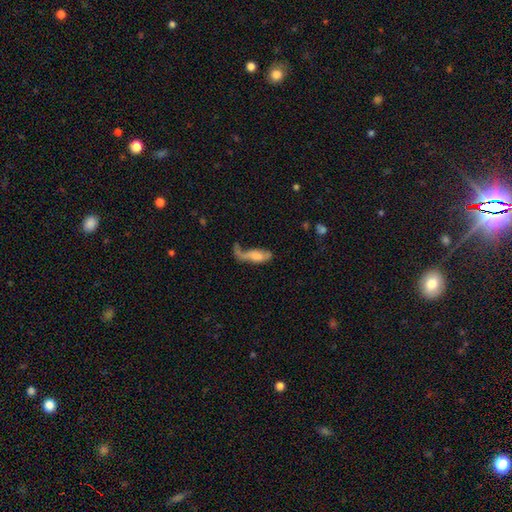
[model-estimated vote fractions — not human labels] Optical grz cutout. It shows a smooth galaxy with no disk features (55%) that is in between round and cigar-shaped (66%). Merging: major disturbance (47%).